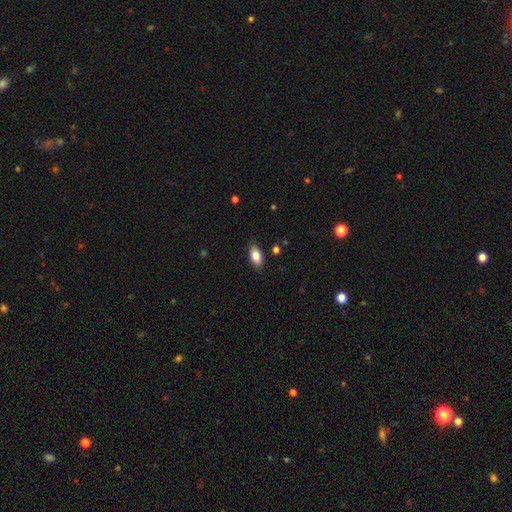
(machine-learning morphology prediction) A smooth galaxy with no disk features (83%) that is in between round and cigar-shaped (91%). Merging: none (87%).